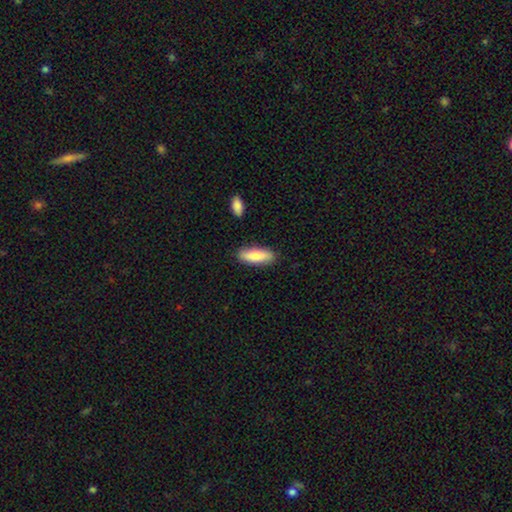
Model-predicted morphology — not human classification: Smooth or featured: smooth — 78% (featured or disk — 16%)
How rounded: in between — 58% (cigar-shaped — 40%)
Merging: none — 84% (minor disturbance — 11%)